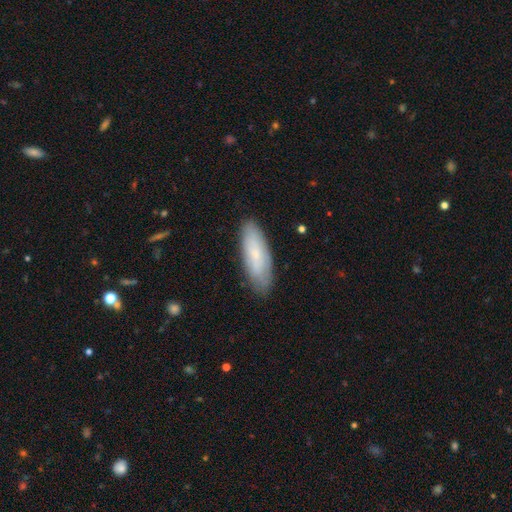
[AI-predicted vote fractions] This appears to be a smooth galaxy with no disk features (63%) that is in between round and cigar-shaped (54%). Merging: none (85%).